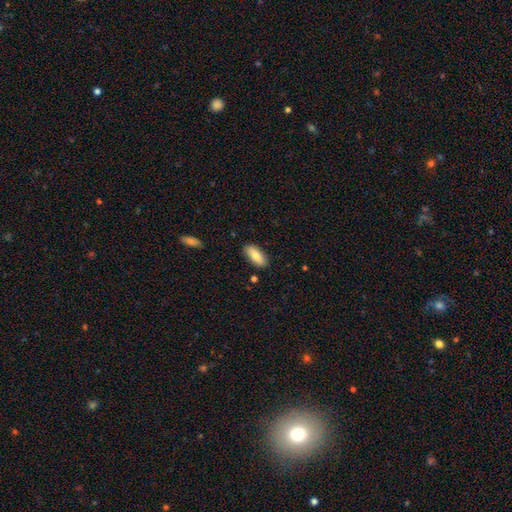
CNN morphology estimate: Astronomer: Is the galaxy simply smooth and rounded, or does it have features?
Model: smooth — 78%.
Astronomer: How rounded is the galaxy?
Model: in between — 82%.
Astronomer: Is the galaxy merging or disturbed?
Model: none — 86%.